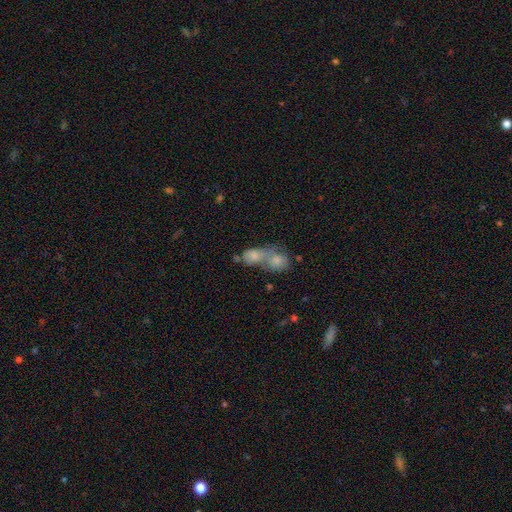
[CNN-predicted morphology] This is likely a smooth galaxy (69%). How rounded: likely in between (64%). Merging: likely merger (71%).